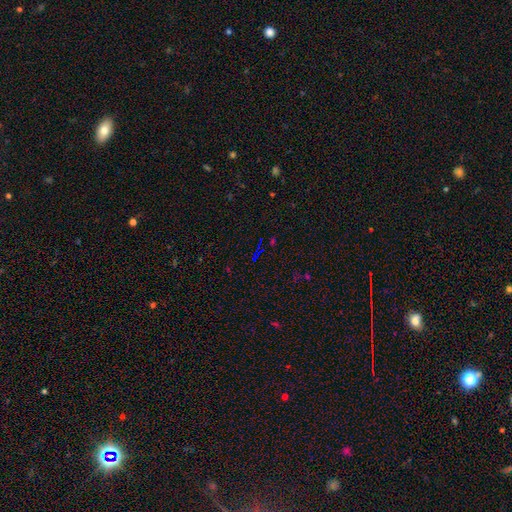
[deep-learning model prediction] Overall: star or artifact (74%).